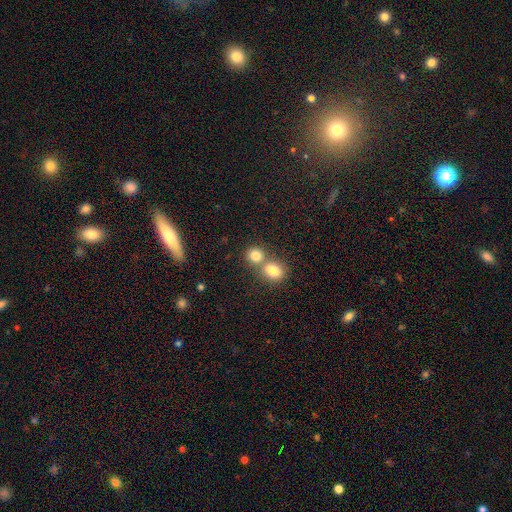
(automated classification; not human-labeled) smooth-or-featured: smooth: 80% | star or artifact: 11% | featured or disk: 8%
  how-rounded: round: 78% | in between: 21% | cigar-shaped: 1%
  merging: none: 46% | merger: 45% | minor disturbance: 7% | major disturbance: 3%